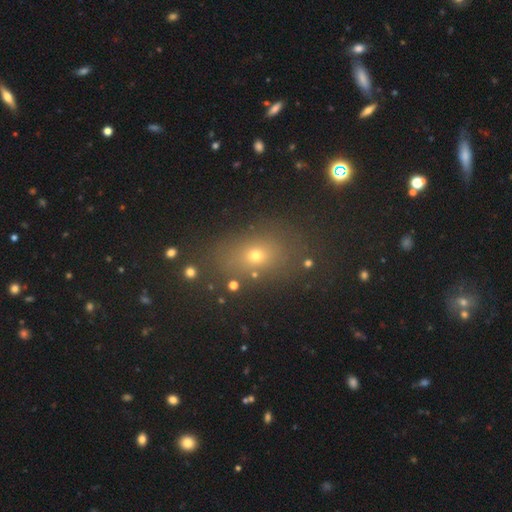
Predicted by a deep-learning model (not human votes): Smooth or featured? Predicted: smooth (p=0.64). How rounded? Predicted: in between (p=0.65). Merging? Predicted: none (p=0.79).